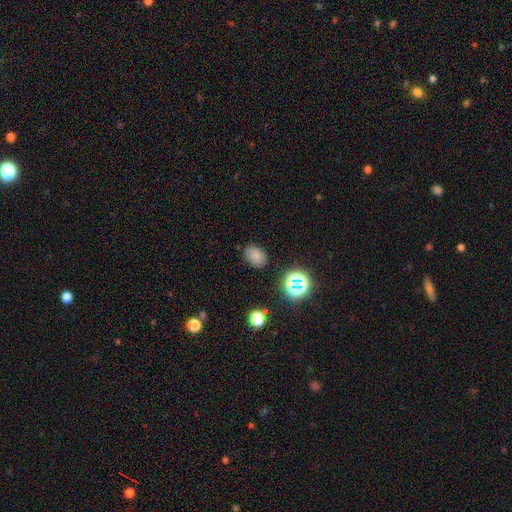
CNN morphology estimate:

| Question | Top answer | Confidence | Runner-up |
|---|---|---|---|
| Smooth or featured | smooth | 75% | star or artifact (17%) |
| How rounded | in between | 76% | round (23%) |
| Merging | none | 84% | minor disturbance (11%) |